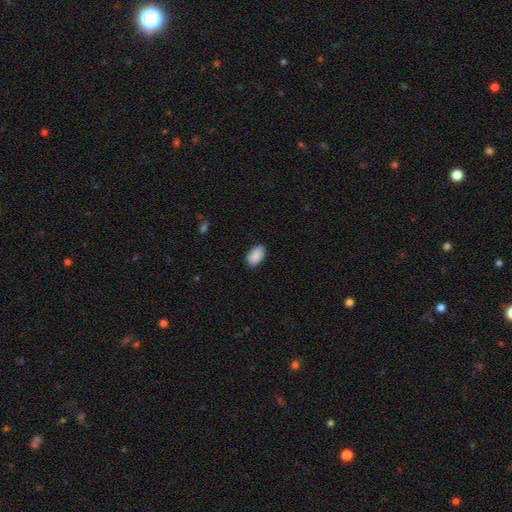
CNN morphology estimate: This is clearly a smooth galaxy (89%). How rounded: clearly in between (92%). Merging: clearly none (84%).